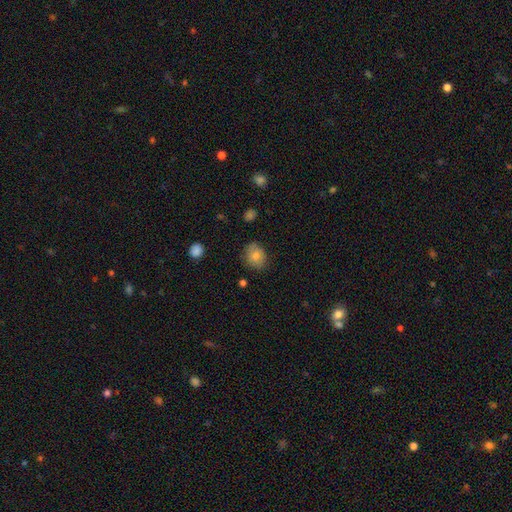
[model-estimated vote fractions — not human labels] smooth 79%, featured or disk 11%, star or artifact 10%. Down the decision tree: how rounded — round (59%); merging — none (76%).